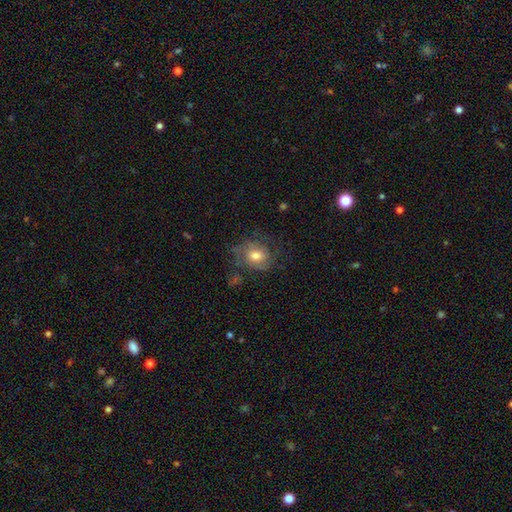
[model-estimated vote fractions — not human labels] smooth_or_featured: smooth (p=0.50) [alt: featured or disk p=0.41]
merging: none (p=0.57) [alt: minor disturbance p=0.24]